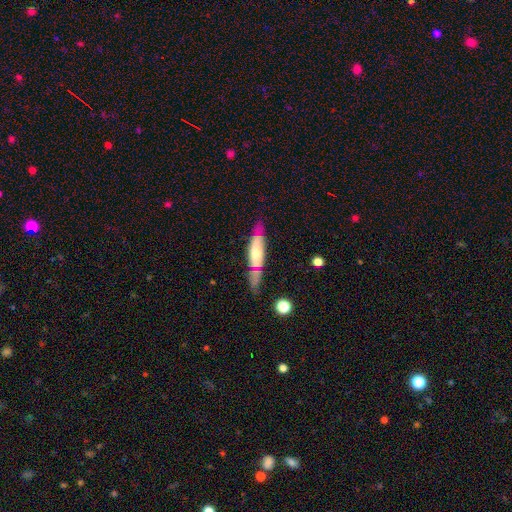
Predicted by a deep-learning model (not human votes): A smooth galaxy with no disk features (50%).

Vote fractions:
- Smooth or featured? smooth: 50% / featured or disk: 43% / star or artifact: 7%
- Merging? none: 62% / minor disturbance: 23% / major disturbance: 8% / merger: 7%